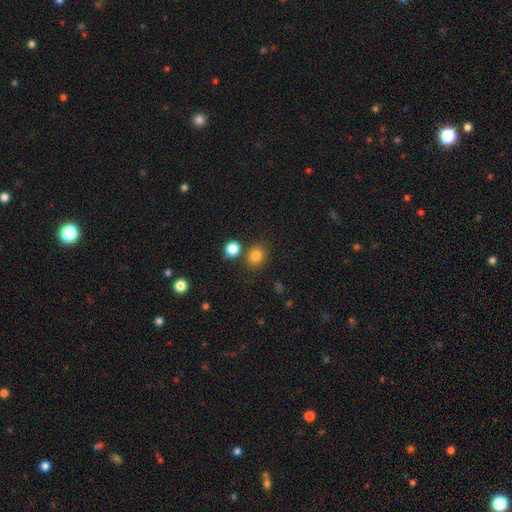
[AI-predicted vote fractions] smooth_or_featured: smooth (p=0.82) [alt: star or artifact p=0.12]
how_rounded: round (p=0.75) [alt: in between p=0.24]
merging: none (p=0.77) [alt: merger p=0.11]